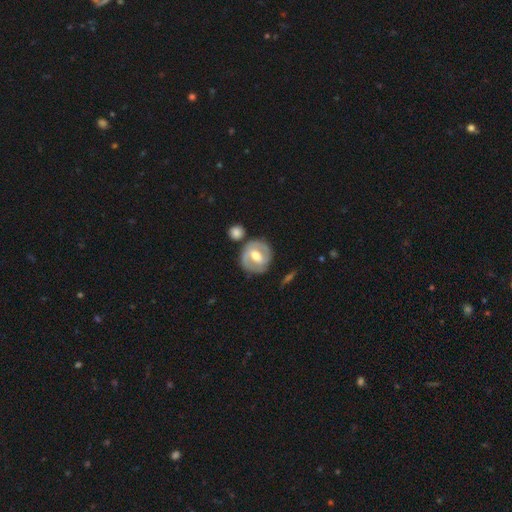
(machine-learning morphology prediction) A featured or disk galaxy (70%) with a weak bar (43%), spiral arms (69%) and a moderate central bulge (72%).

Vote fractions:
- Smooth or featured? featured or disk: 70% / smooth: 25% / star or artifact: 5%
- Edge-on disk? no: 96% / yes: 4%
- Bar? weak: 43% / strong: 39% / no: 18%
- Spiral arms? yes: 69% / no: 31%
- Bulge size? moderate: 72% / large: 13% / small: 12% / none: 1% / dominant: 1%
- Merging? none: 76% / minor disturbance: 13% / merger: 7% / major disturbance: 5%